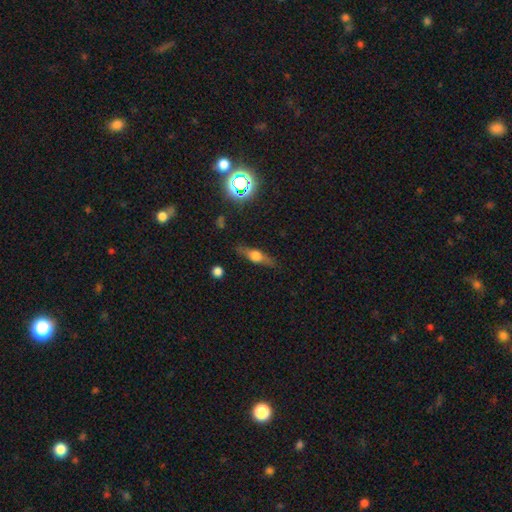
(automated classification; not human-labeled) Smooth or featured?
  - featured or disk: 53% *
  - smooth: 37%
  - star or artifact: 10%
Edge-on disk?
  - yes: 90% *
  - no: 10%
Merging?
  - none: 81% *
  - minor disturbance: 14%
  - major disturbance: 4%
  - merger: 2%